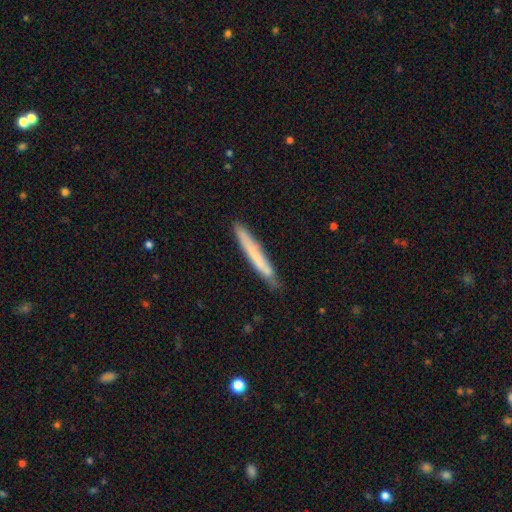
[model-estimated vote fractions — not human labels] smooth-or-featured: smooth: 63% | featured or disk: 30% | star or artifact: 6%
  how-rounded: cigar-shaped: 96% | in between: 2% | round: 1%
  merging: none: 83% | minor disturbance: 14% | major disturbance: 2% | merger: 2%